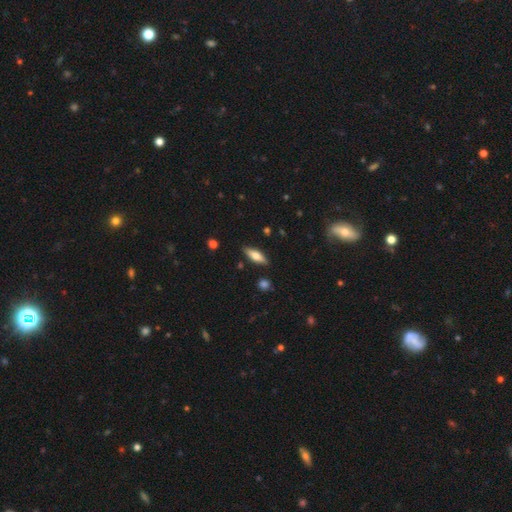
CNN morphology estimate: smooth 63%, featured or disk 31%, star or artifact 6%. Down the decision tree: how rounded — in between (53%); merging — none (86%).